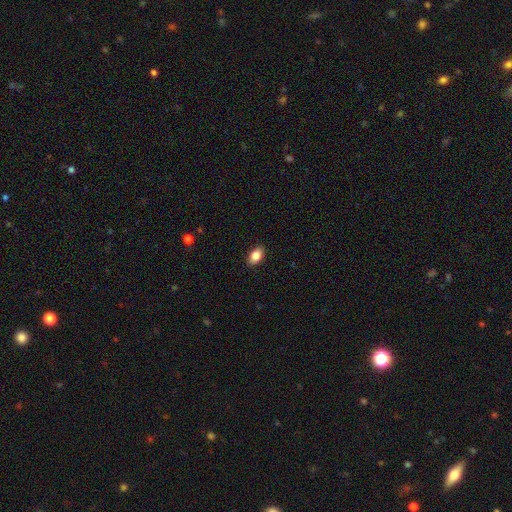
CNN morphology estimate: A smooth galaxy with no disk features (86%) that is in between round and cigar-shaped (90%). Merging: none (89%).